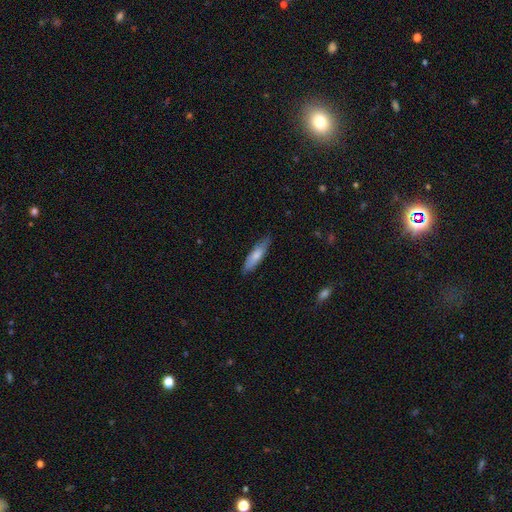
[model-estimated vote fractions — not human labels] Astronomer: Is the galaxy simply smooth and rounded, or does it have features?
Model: smooth — 74%.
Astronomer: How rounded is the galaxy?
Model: cigar-shaped — 66%.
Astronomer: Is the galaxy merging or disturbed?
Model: none — 81%.